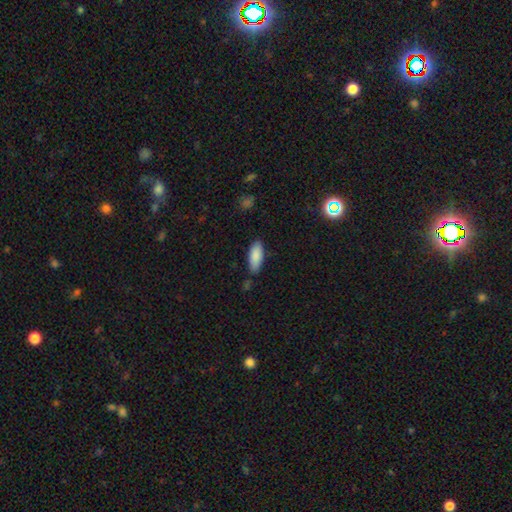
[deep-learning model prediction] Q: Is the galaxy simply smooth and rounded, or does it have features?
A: smooth — 88%.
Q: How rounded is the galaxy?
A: in between — 78%.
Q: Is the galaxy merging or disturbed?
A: none — 78%.